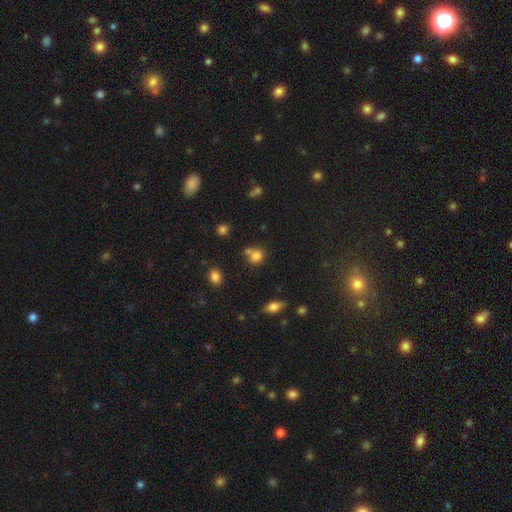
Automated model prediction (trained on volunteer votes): Overall: smooth (77%). How rounded: round (74%). Merging: none (50%; merger 35%).